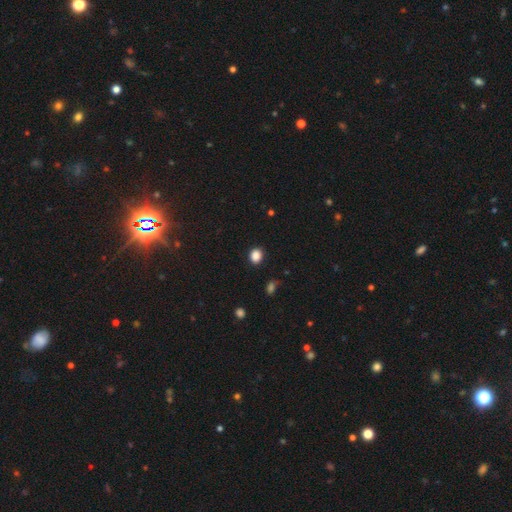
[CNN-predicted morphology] The model was most divided on "how rounded": round: 60%, in between: 39%, cigar-shaped: 1%. More confident: merging — none (87%); smooth or featured — smooth (86%).